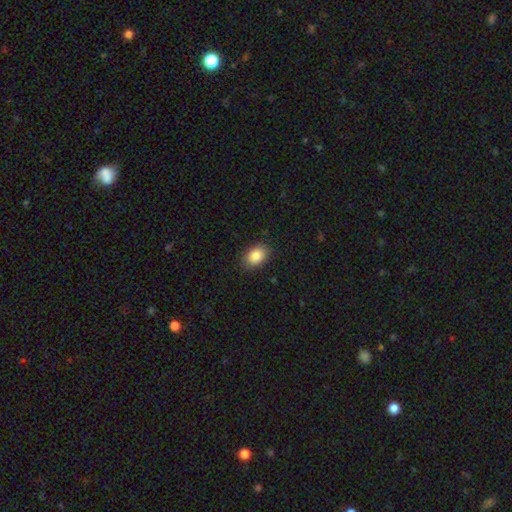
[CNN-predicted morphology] Q: Smooth or featured?
A: smooth (87%); runner-up: star or artifact (8%)
Q: How rounded?
A: in between (82%); runner-up: round (17%)
Q: Merging?
A: none (85%); runner-up: minor disturbance (11%)